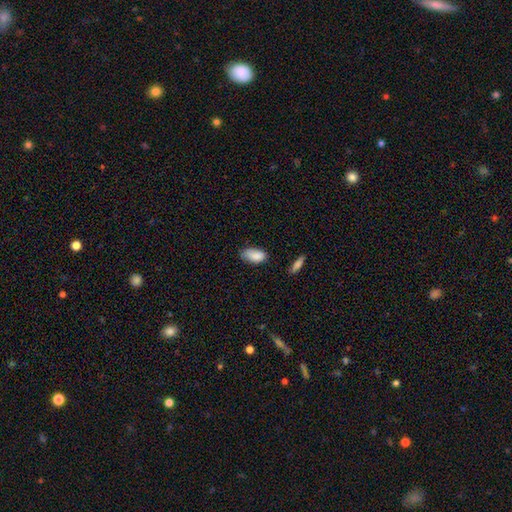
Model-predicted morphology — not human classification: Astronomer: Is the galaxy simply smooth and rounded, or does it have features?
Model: smooth — 86%.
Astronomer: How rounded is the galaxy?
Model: in between — 92%.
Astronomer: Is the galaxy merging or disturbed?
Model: none — 59%.